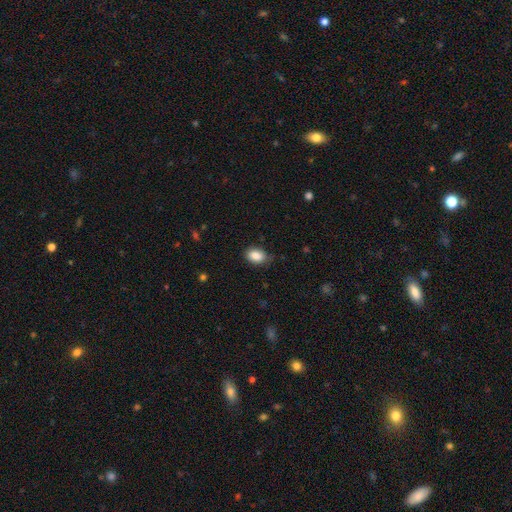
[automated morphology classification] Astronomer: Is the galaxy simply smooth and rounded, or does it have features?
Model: smooth — 87%.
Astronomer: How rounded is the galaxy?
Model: in between — 81%.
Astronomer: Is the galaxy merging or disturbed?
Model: none — 74%.